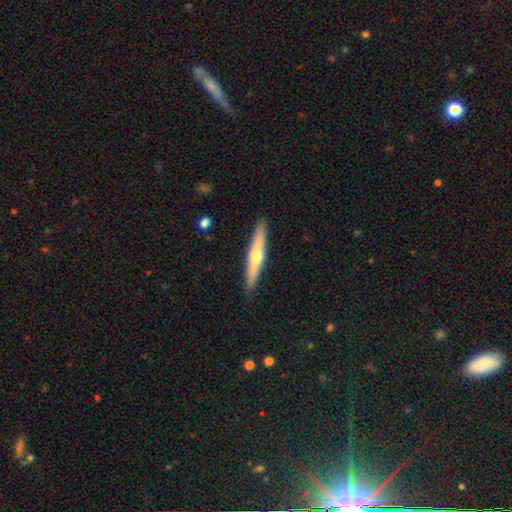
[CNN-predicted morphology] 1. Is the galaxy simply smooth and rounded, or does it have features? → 50% featured or disk, 44% smooth, 5% star or artifact.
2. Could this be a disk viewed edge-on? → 93% yes, 7% no.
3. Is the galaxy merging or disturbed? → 90% none, 8% minor disturbance, 2% major disturbance, 1% merger.